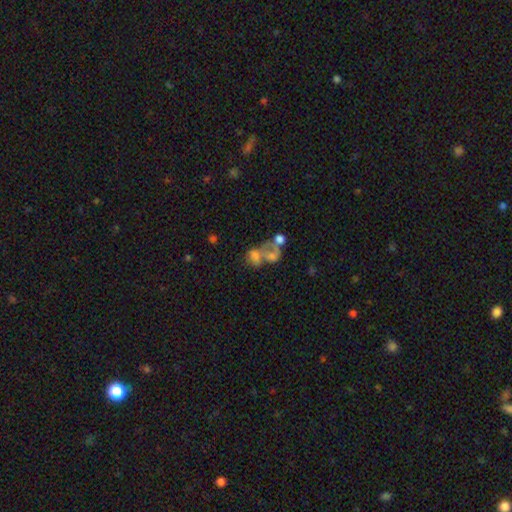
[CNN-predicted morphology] Q: Smooth or featured?
A: smooth (43%); runner-up: featured or disk (38%)
Q: Merging?
A: merger (59%); runner-up: major disturbance (17%)